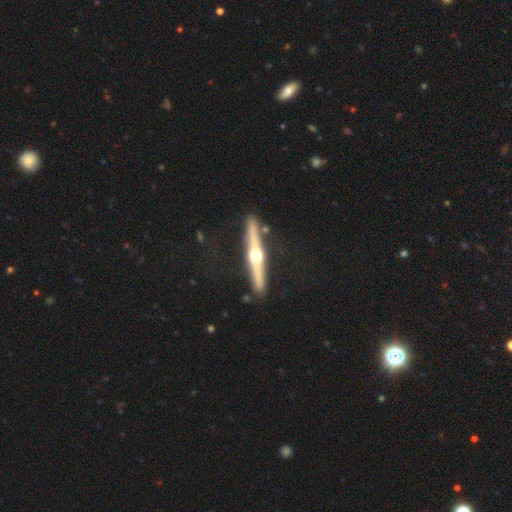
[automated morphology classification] A featured or disk galaxy (75%) viewed edge-on (97%) with a rounded central bulge (96%). Merging: none (87%).